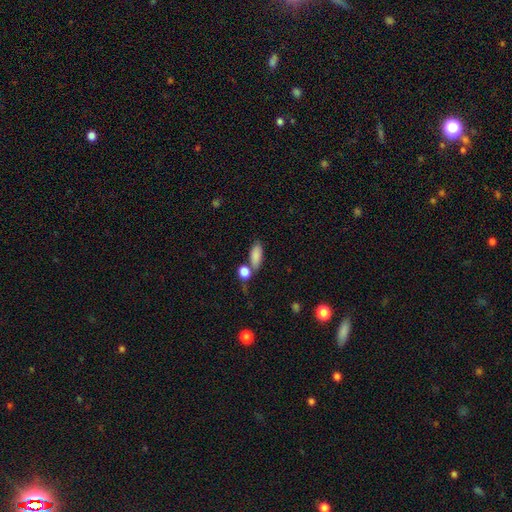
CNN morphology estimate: A smooth galaxy with no disk features (85%) that is in between round and cigar-shaped (80%). Merging: none (54%).